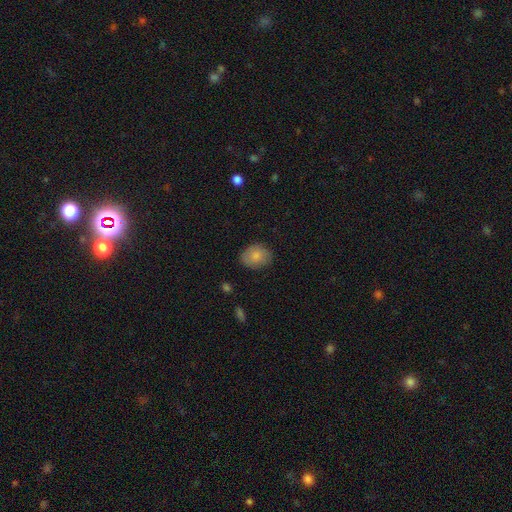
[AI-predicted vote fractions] This is clearly a smooth galaxy (82%). How rounded: likely in between (61%). Merging: likely none (80%).